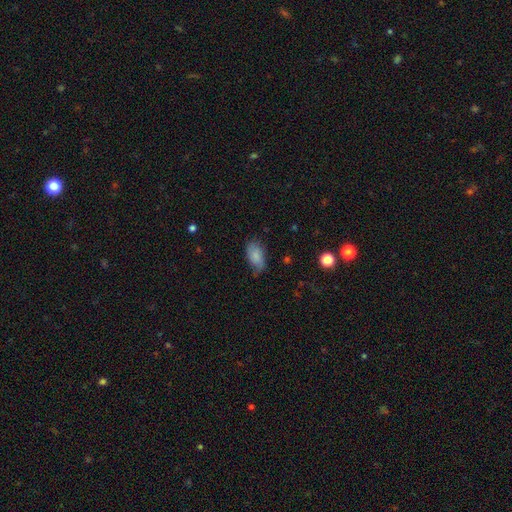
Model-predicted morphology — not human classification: The model was most divided on "merging": none: 64%, minor disturbance: 29%, major disturbance: 6%, merger: 2%. More confident: how rounded — in between (93%); smooth or featured — smooth (83%).